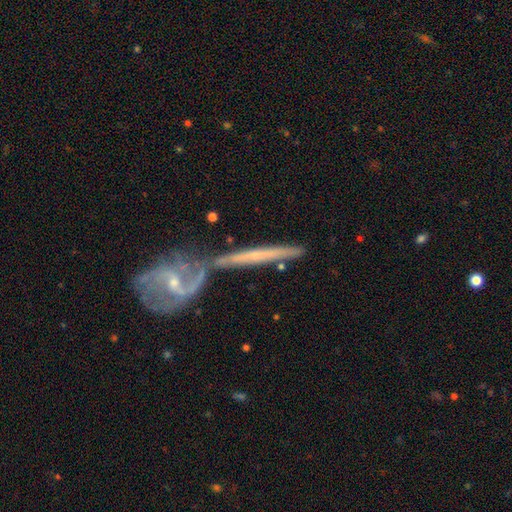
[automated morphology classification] A featured or disk galaxy (70%) viewed edge-on (69%).

Vote fractions:
- Smooth or featured? featured or disk: 70% / smooth: 22% / star or artifact: 8%
- Edge-on disk? yes: 69% / no: 31%
- Merging? none: 43% / merger: 39% / minor disturbance: 12% / major disturbance: 6%